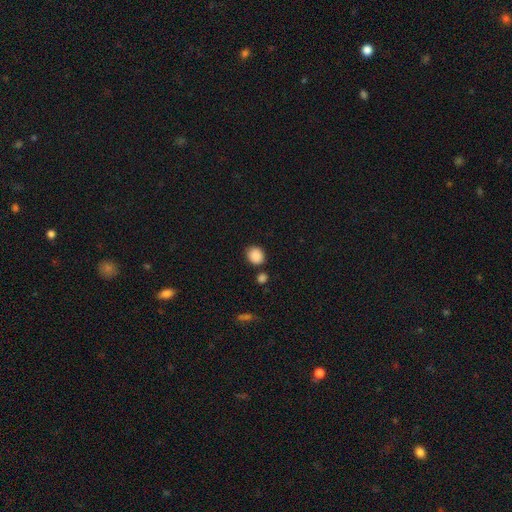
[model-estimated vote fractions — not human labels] smooth 88%, star or artifact 9%, featured or disk 3%. Down the decision tree: how rounded — round (67%); merging — none (80%).